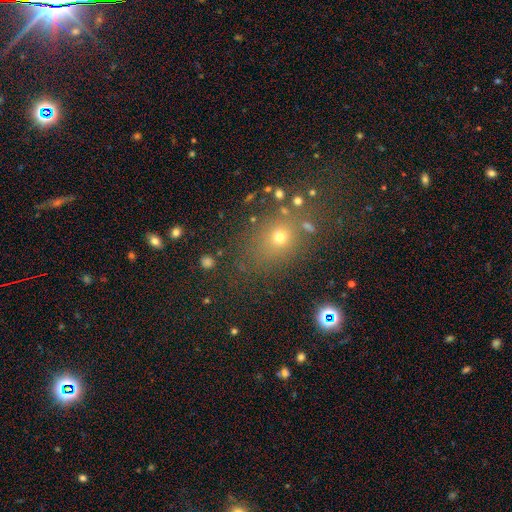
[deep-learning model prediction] smooth-or-featured: smooth: 50% | star or artifact: 38% | featured or disk: 12%
  how-rounded: round: 56% | in between: 41% | cigar-shaped: 3%
  merging: none: 75% | minor disturbance: 12% | merger: 7% | major disturbance: 6%